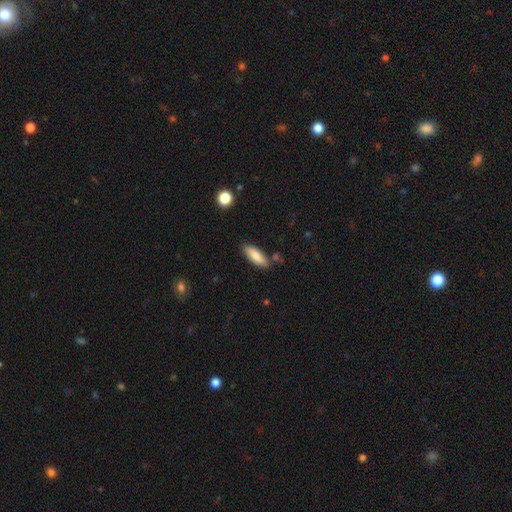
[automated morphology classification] Overall: smooth (82%). How rounded: in between (60%; cigar-shaped 38%). Merging: none (80%).